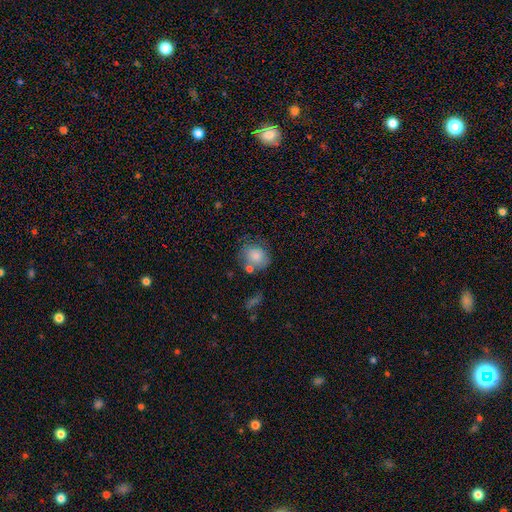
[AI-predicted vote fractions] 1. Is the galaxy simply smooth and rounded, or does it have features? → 79% smooth, 13% featured or disk, 9% star or artifact.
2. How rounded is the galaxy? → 71% round, 28% in between, 1% cigar-shaped.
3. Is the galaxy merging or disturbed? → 56% none, 21% minor disturbance, 15% merger, 8% major disturbance.